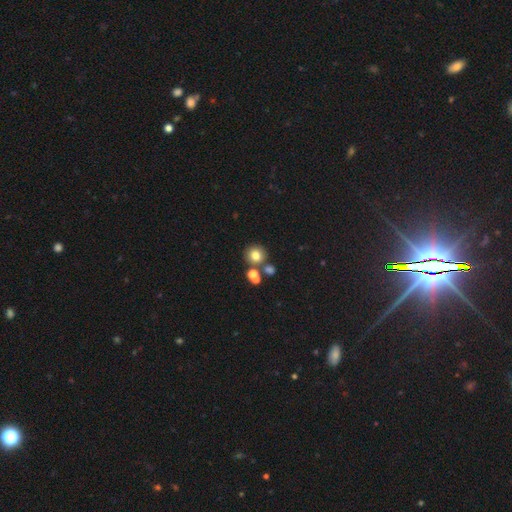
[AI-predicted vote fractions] The model was most divided on "merging": none: 67%, merger: 20%, minor disturbance: 9%, major disturbance: 4%. More confident: how rounded — round (90%); smooth or featured — smooth (76%).